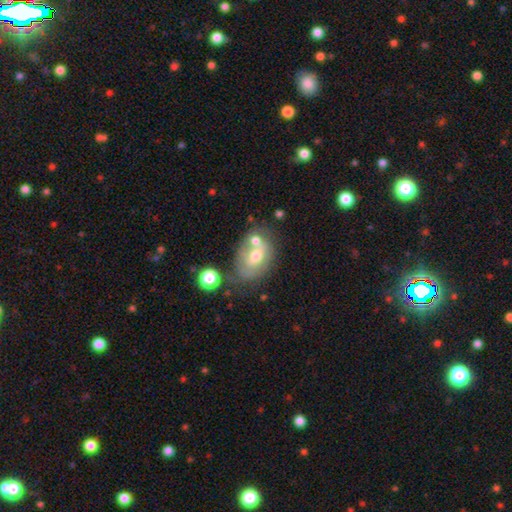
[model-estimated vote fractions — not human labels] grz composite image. It shows a featured or disk galaxy (47%). Merging: none (42%).